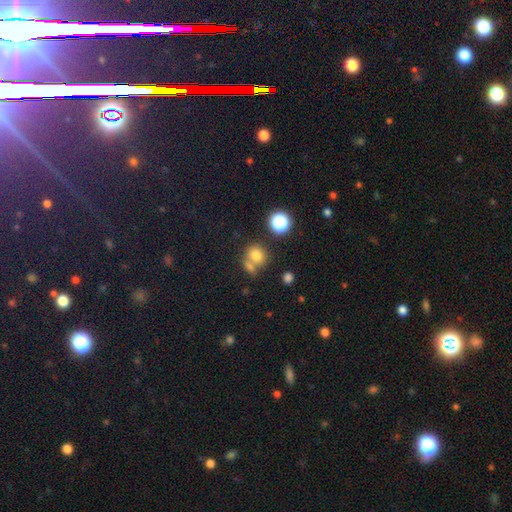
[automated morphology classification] smooth-or-featured: smooth: 73% | star or artifact: 17% | featured or disk: 10%
  how-rounded: round: 71% | in between: 28% | cigar-shaped: 1%
  merging: none: 47% | merger: 38% | minor disturbance: 10% | major disturbance: 5%